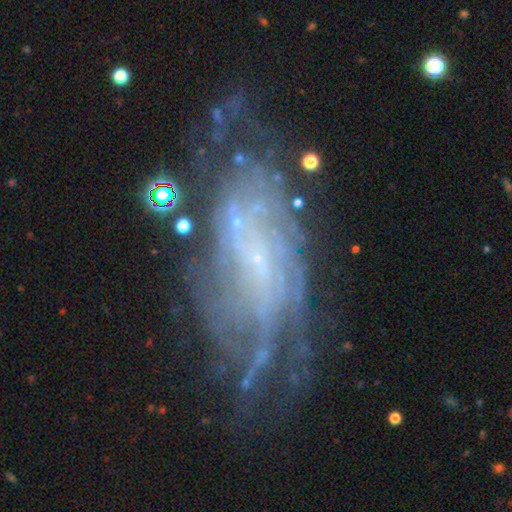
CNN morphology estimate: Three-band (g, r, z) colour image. It shows a featured or disk galaxy (81%) with no bar (50%), tight (52%) spiral arms (90%) and a small central bulge (72%). Merging: none (67%).